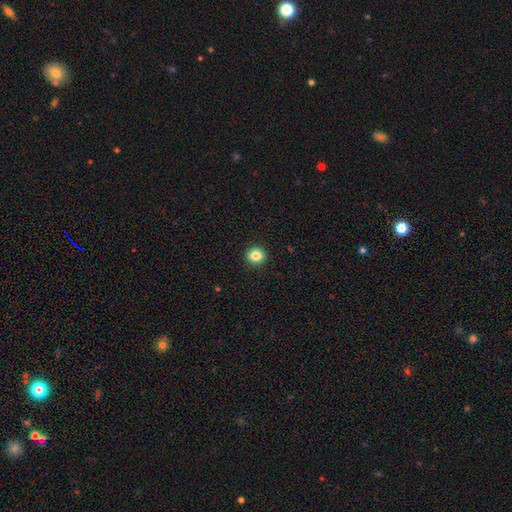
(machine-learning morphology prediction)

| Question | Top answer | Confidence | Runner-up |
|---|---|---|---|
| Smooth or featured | smooth | 84% | star or artifact (10%) |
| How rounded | round | 79% | in between (20%) |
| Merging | none | 92% | minor disturbance (6%) |